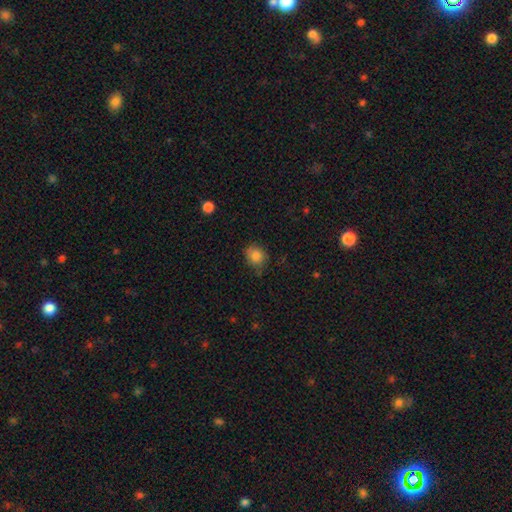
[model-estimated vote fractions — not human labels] Smooth or featured? smooth (85%)
How rounded? round (65%)
Merging? none (71%)